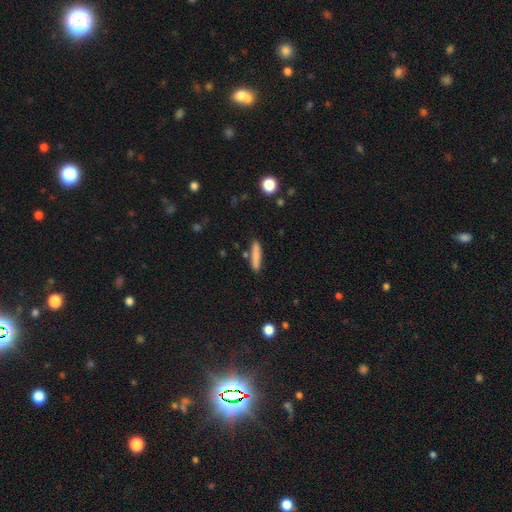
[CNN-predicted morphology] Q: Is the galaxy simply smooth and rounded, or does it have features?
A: smooth — 83%.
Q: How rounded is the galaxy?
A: cigar-shaped — 86%.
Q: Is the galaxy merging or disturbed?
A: none — 83%.